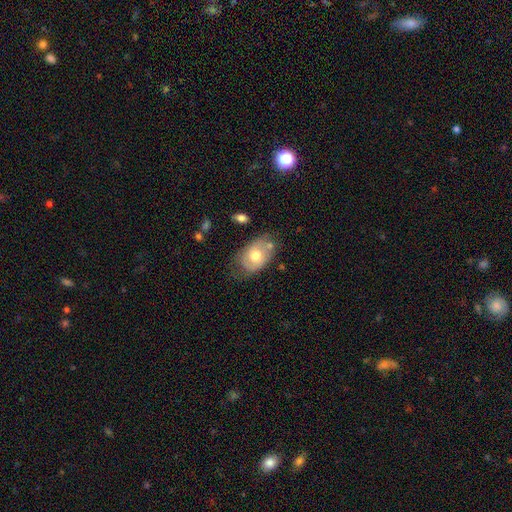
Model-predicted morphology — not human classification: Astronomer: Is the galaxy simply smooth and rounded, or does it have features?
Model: smooth — 63%.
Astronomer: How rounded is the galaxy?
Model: in between — 84%.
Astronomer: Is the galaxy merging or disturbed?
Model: none — 52% (runner-up: minor disturbance, 29%).